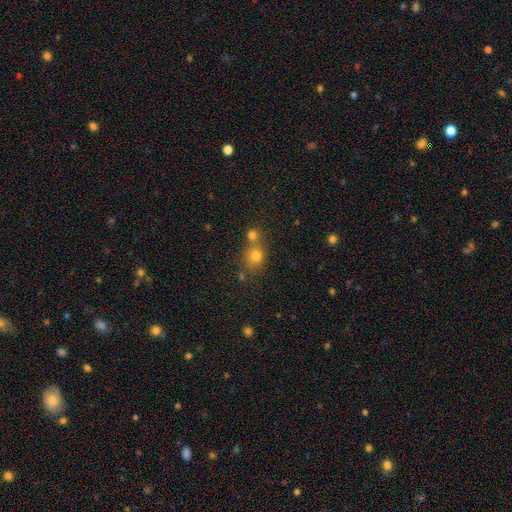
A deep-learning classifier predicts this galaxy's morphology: This is likely a smooth galaxy (71%). How rounded: likely round (79%). Merging: possibly none (54%).